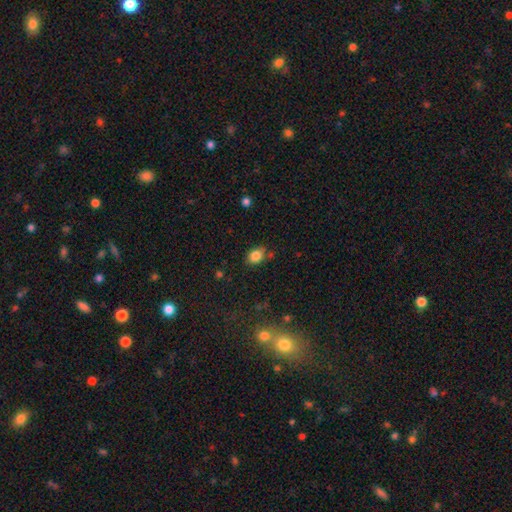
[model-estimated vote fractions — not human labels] This is clearly a smooth galaxy (83%). How rounded: likely in between (72%). Merging: likely none (73%).